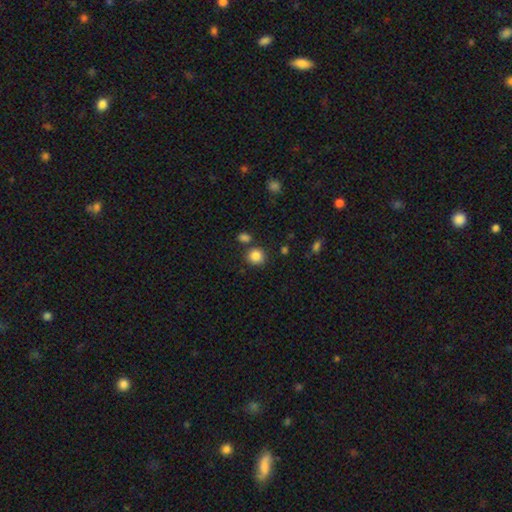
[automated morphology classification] Smooth or featured? smooth (85%)
How rounded? round (88%)
Merging? none (80%)